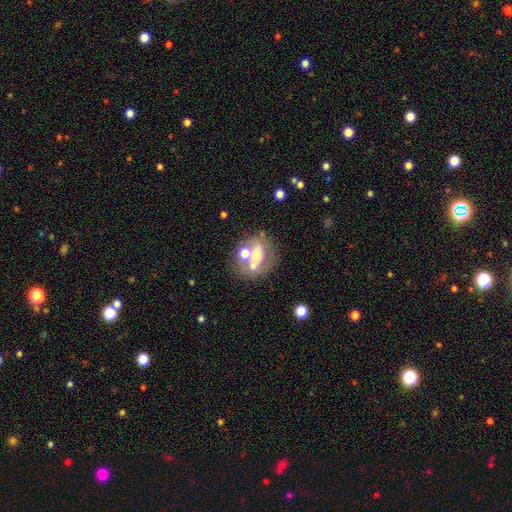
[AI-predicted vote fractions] Smooth or featured: featured or disk — 49% (smooth — 39%)
Merging: none — 47% (merger — 33%)